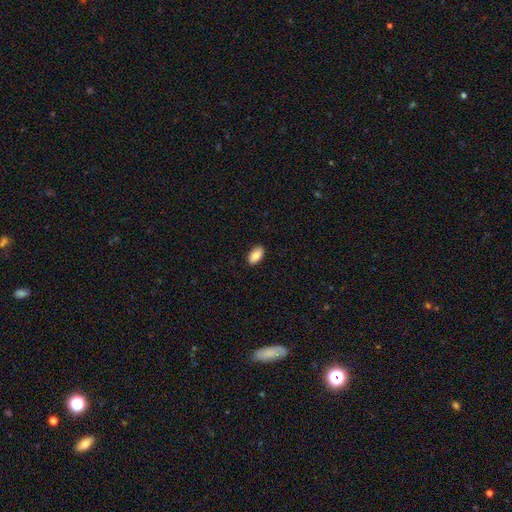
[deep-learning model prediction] A smooth galaxy with no disk features (88%) that is in between round and cigar-shaped (94%).

Vote fractions:
- Smooth or featured? smooth: 88% / star or artifact: 7% / featured or disk: 6%
- How rounded? in between: 94% / round: 3% / cigar-shaped: 3%
- Merging? none: 90% / minor disturbance: 8% / major disturbance: 2% / merger: 1%